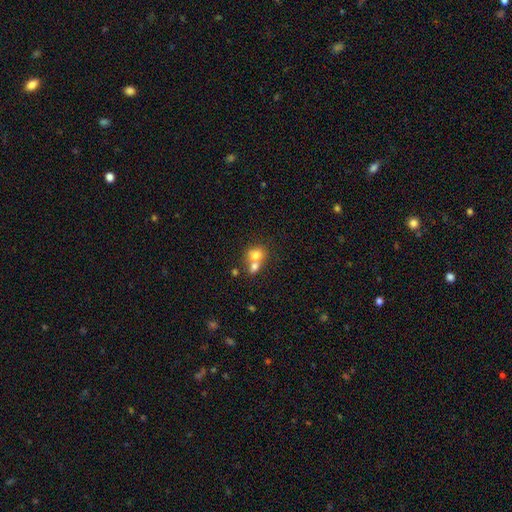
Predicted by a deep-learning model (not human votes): smooth-or-featured: smooth: 72% | featured or disk: 18% | star or artifact: 10%
  how-rounded: round: 60% | in between: 39% | cigar-shaped: 1%
  merging: merger: 65% | none: 26% | minor disturbance: 6% | major disturbance: 3%